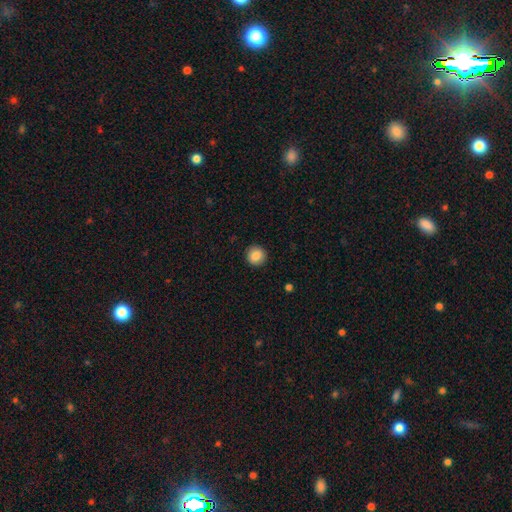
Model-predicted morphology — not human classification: A smooth galaxy with no disk features (87%) that is round (94%). Merging: none (92%).